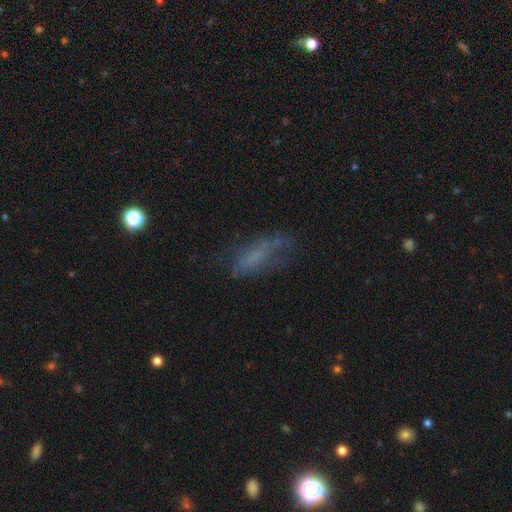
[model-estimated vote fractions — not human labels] Smooth or featured: smooth — 50% (featured or disk — 33%)
Merging: none — 44% (minor disturbance — 26%)